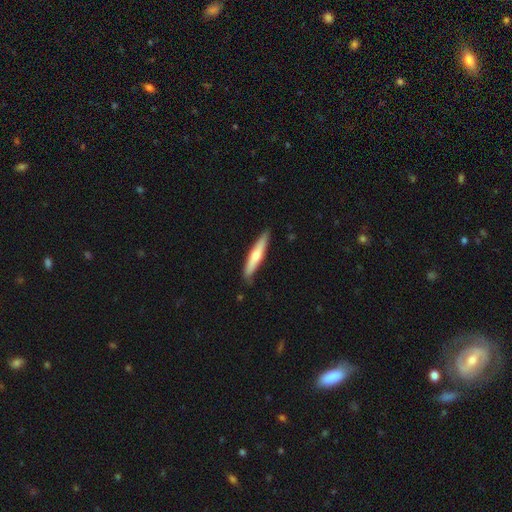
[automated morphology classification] smooth-or-featured: smooth: 57% | featured or disk: 38% | star or artifact: 5%
  how-rounded: cigar-shaped: 89% | in between: 10% | round: 1%
  merging: none: 86% | minor disturbance: 11% | major disturbance: 2% | merger: 1%